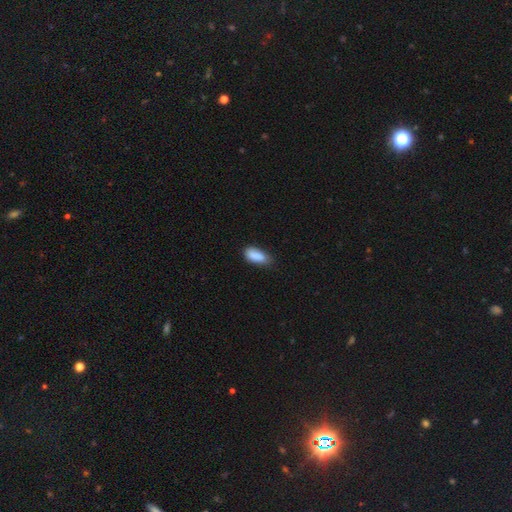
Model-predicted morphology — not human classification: Overall: smooth (87%). How rounded: in between (85%). Merging: none (61%; minor disturbance 31%).